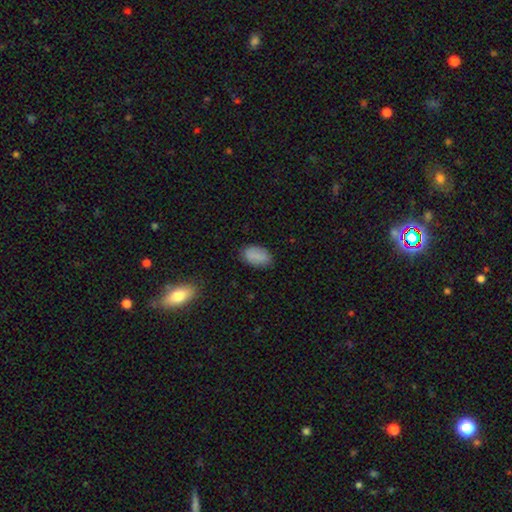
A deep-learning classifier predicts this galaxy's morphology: smooth_or_featured: smooth (p=0.85) [alt: star or artifact p=0.08]
how_rounded: in between (p=0.92) [alt: round p=0.06]
merging: none (p=0.83) [alt: minor disturbance p=0.13]